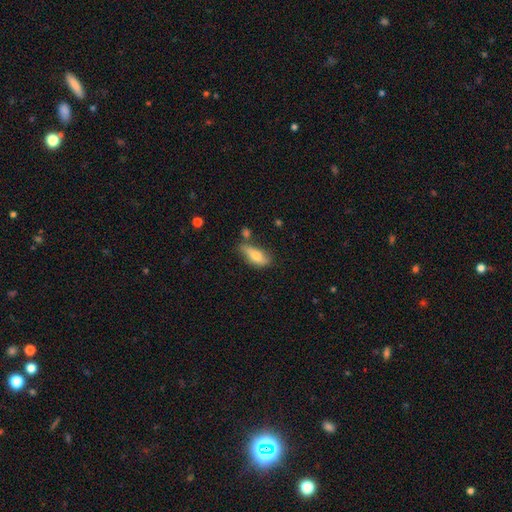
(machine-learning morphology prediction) type=smooth (71%); roundness=in between (74%); merging=none (52%).